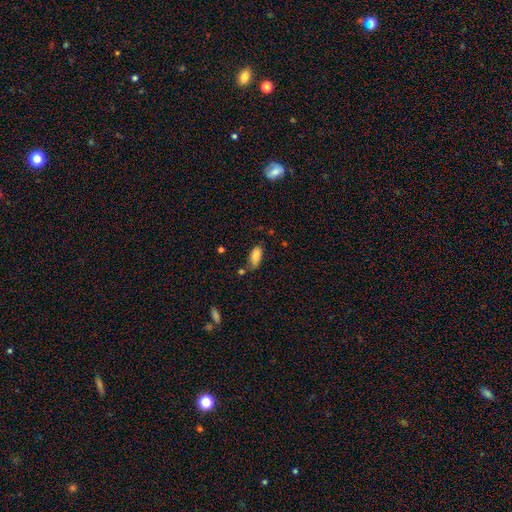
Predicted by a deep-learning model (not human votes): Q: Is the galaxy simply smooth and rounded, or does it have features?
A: smooth — 84%.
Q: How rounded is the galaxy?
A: in between — 91%.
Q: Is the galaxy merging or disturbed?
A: none — 62%.